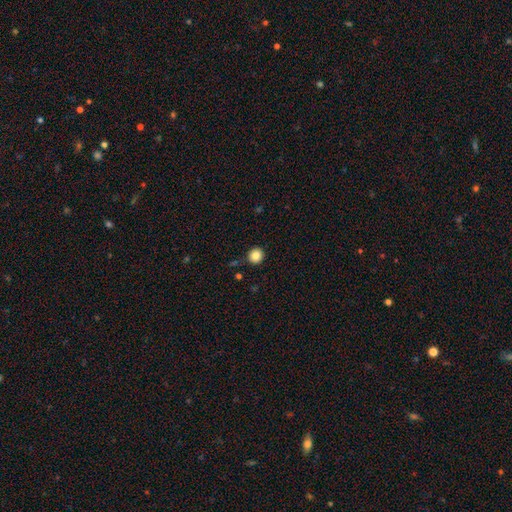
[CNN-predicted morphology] Smooth or featured? Predicted: smooth (p=0.85). How rounded? Predicted: round (p=0.94). Merging? Predicted: none (p=0.89).